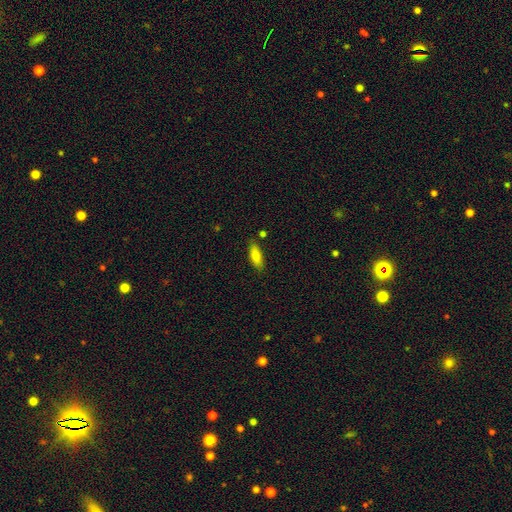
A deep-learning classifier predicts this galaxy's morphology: Smooth or featured?
  - smooth: 76% *
  - featured or disk: 16%
  - star or artifact: 7%
How rounded?
  - in between: 67% *
  - cigar-shaped: 30%
  - round: 3%
Merging?
  - none: 82% *
  - minor disturbance: 12%
  - merger: 3%
  - major disturbance: 2%